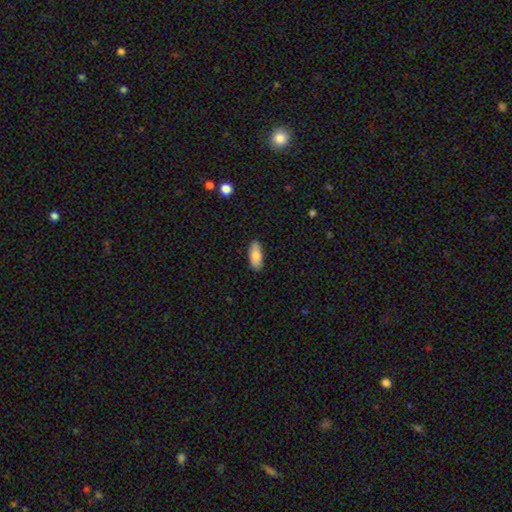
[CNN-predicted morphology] Q: Smooth or featured?
A: smooth (86%); runner-up: featured or disk (8%)
Q: How rounded?
A: in between (84%); runner-up: cigar-shaped (14%)
Q: Merging?
A: none (87%); runner-up: minor disturbance (10%)